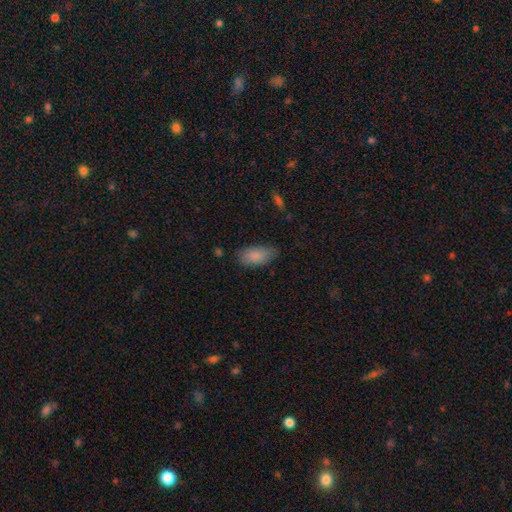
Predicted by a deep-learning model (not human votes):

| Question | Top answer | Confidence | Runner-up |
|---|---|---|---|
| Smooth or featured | smooth | 86% | featured or disk (7%) |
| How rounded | in between | 89% | cigar-shaped (9%) |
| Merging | none | 76% | minor disturbance (18%) |